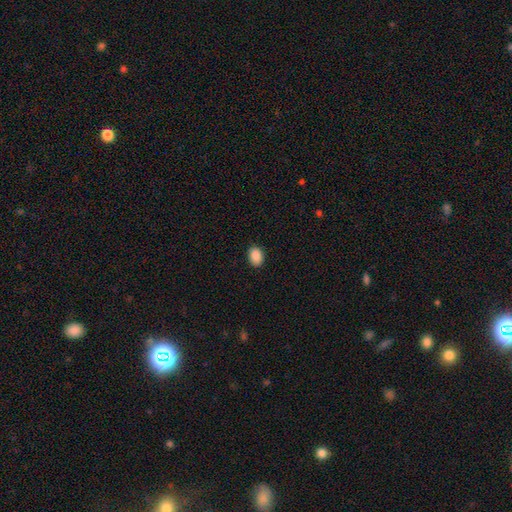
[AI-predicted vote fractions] A smooth galaxy with no disk features (90%) that is in between round and cigar-shaped (81%).

Vote fractions:
- Smooth or featured? smooth: 90% / star or artifact: 8% / featured or disk: 2%
- How rounded? in between: 81% / round: 18% / cigar-shaped: 1%
- Merging? none: 89% / minor disturbance: 8% / major disturbance: 2% / merger: 1%